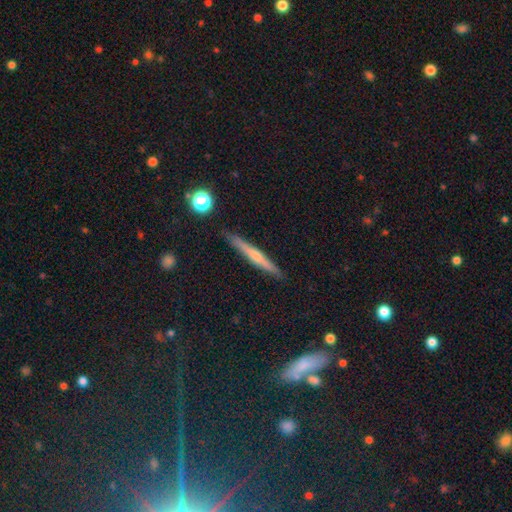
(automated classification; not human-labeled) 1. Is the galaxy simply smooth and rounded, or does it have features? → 57% featured or disk, 36% smooth, 7% star or artifact.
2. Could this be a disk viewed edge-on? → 97% yes, 3% no.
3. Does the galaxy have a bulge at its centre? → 63% rounded, 32% none, 5% boxy.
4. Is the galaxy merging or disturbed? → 90% none, 7% minor disturbance, 1% major disturbance, 1% merger.